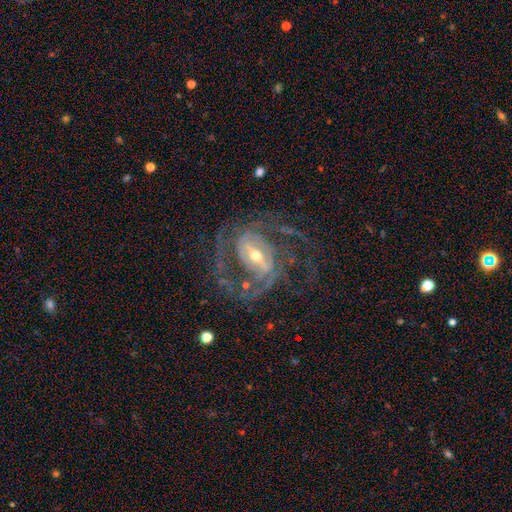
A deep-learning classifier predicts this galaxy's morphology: featured or disk 90%, star or artifact 6%, smooth 4%. Down the decision tree: edge-on disk — no (97%); bar — strong (44%); spiral arms — yes (97%); spiral arm count — 2 (66%); spiral winding — medium (54%); bulge size — small (49%); merging — none (67%).